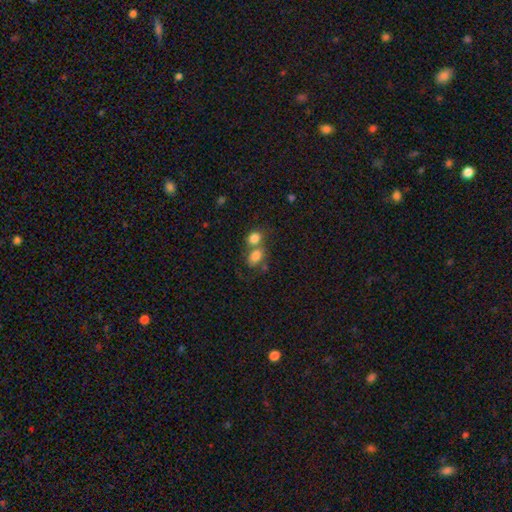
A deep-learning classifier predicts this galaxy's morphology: A smooth galaxy with no disk features (80%) that is in between round and cigar-shaped (69%).

Vote fractions:
- Smooth or featured? smooth: 80% / star or artifact: 10% / featured or disk: 10%
- How rounded? in between: 69% / round: 30% / cigar-shaped: 1%
- Merging? merger: 53% / none: 32% / minor disturbance: 9% / major disturbance: 5%